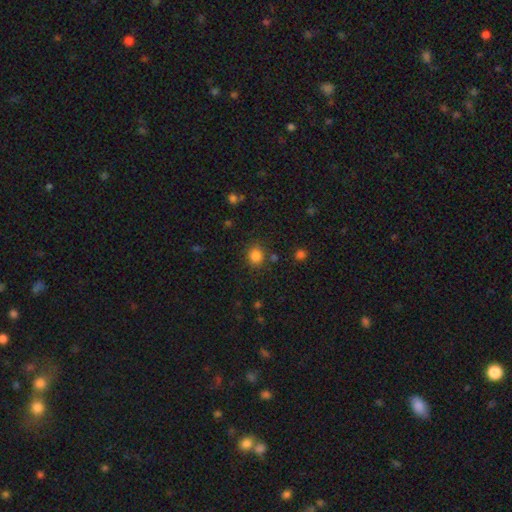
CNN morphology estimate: Smooth or featured?
  - smooth: 83% *
  - star or artifact: 12%
  - featured or disk: 5%
How rounded?
  - round: 81% *
  - in between: 19%
  - cigar-shaped: 1%
Merging?
  - none: 81% *
  - minor disturbance: 10%
  - merger: 5%
  - major disturbance: 4%